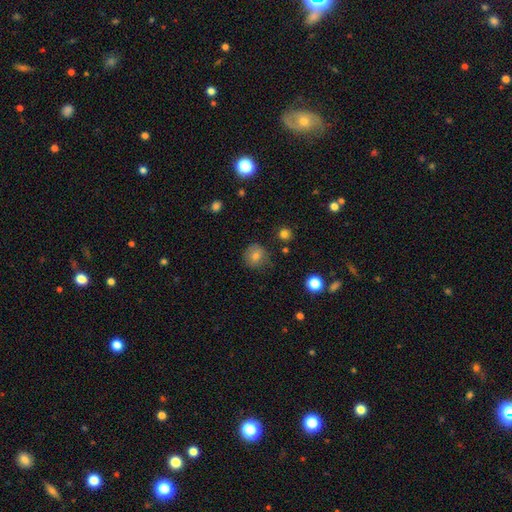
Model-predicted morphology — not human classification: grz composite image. It shows a smooth galaxy with no disk features (72%) that is round (89%). Merging: none (79%).